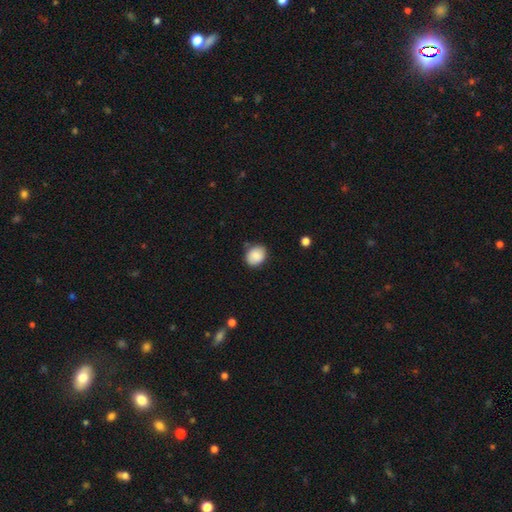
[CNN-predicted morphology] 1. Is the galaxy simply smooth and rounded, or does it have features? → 86% smooth, 8% star or artifact, 7% featured or disk.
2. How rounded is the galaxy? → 56% round, 43% in between, 1% cigar-shaped.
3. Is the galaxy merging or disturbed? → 78% none, 16% minor disturbance, 3% major disturbance, 3% merger.